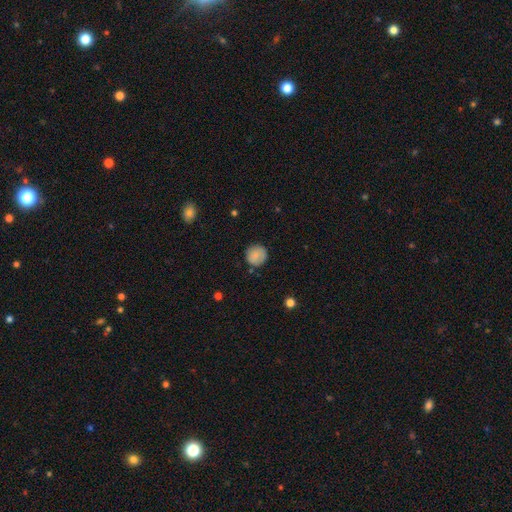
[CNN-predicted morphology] type=smooth (83%); roundness=round (93%); merging=none (83%).